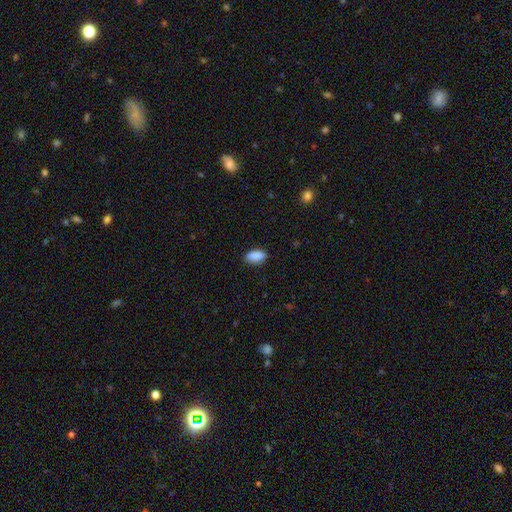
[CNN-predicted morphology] This appears to be a smooth galaxy with no disk features (89%) that is in between round and cigar-shaped (90%). Merging: none (86%).